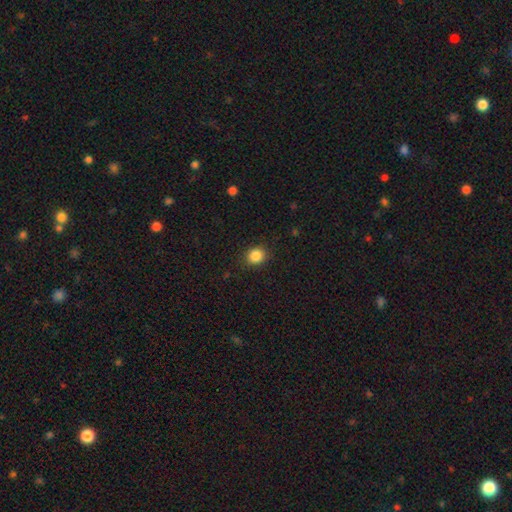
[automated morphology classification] A smooth galaxy with no disk features (86%) that is round (74%). Merging: none (88%).